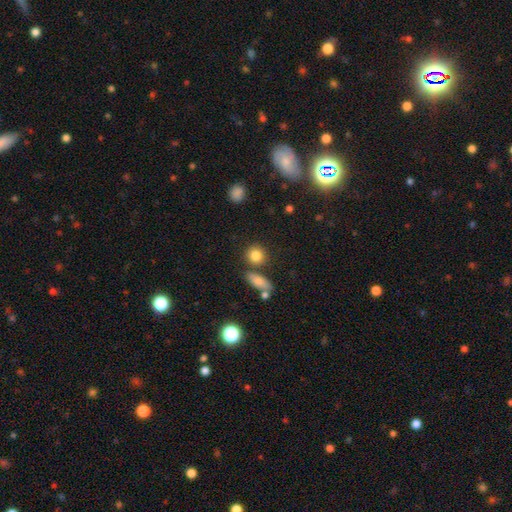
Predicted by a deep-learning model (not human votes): Morphology: type=smooth (83%); roundness=round (81%); merging=none (73%).